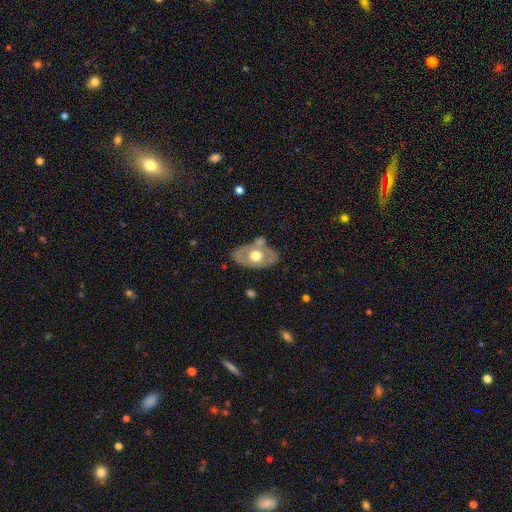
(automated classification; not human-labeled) Overall: featured or disk (53%; smooth 42%). Edge-on disk: no (87%). Merging: none (62%).